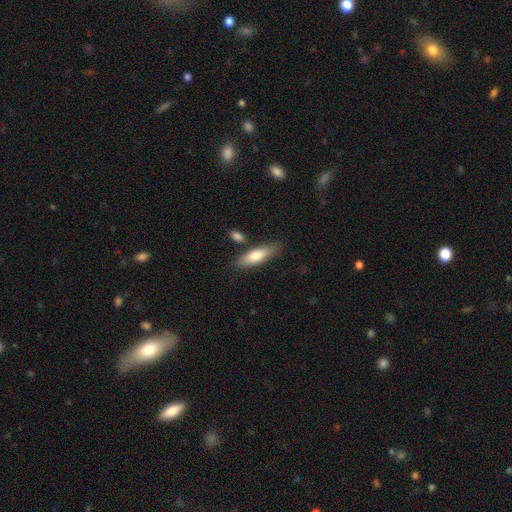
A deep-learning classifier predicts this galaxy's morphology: smooth 75%, featured or disk 20%, star or artifact 5%. Down the decision tree: how rounded — cigar-shaped (50%); merging — none (77%).